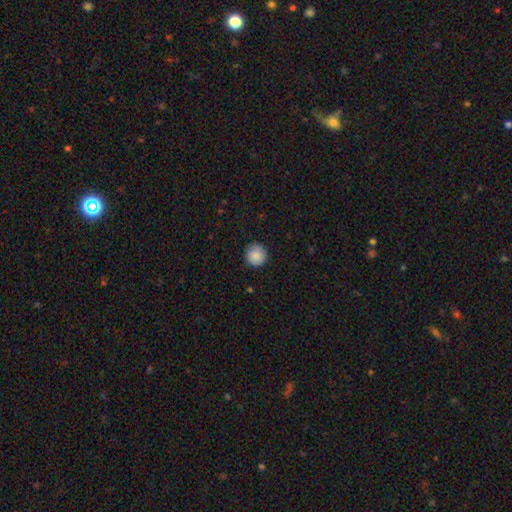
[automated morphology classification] Smooth or featured?
  - smooth: 88% *
  - star or artifact: 8%
  - featured or disk: 3%
How rounded?
  - round: 95% *
  - in between: 4%
  - cigar-shaped: 1%
Merging?
  - none: 90% *
  - minor disturbance: 7%
  - major disturbance: 2%
  - merger: 1%